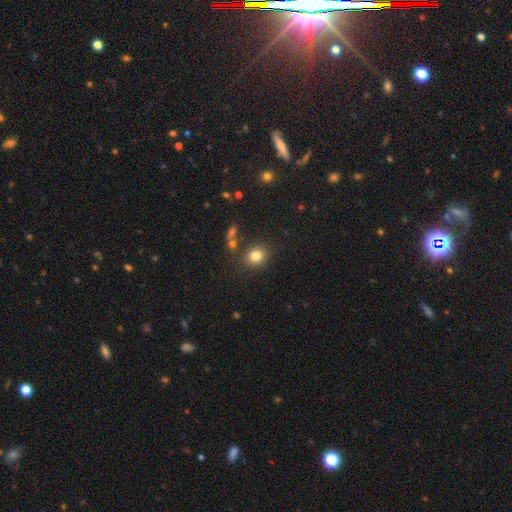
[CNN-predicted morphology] Q: Smooth or featured?
A: smooth (80%); runner-up: star or artifact (12%)
Q: How rounded?
A: round (72%); runner-up: in between (27%)
Q: Merging?
A: none (80%); runner-up: minor disturbance (10%)